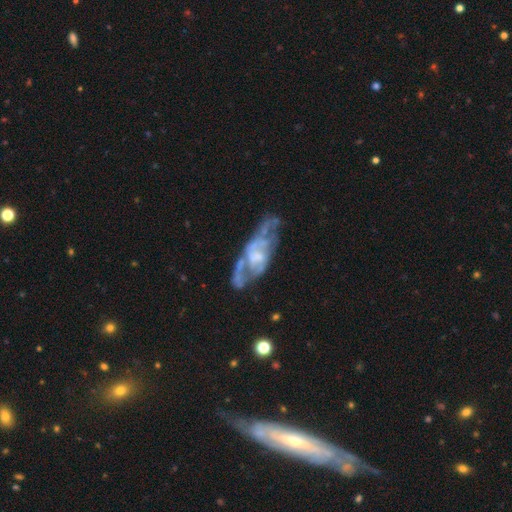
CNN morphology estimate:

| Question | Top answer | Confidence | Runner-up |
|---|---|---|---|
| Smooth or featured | featured or disk | 73% | smooth (19%) |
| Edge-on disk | no | 83% | yes (17%) |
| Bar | no | 65% | weak (27%) |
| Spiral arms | yes | 51% | no (49%) |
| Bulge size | small | 36% | moderate (32%) |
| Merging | none | 46% | minor disturbance (25%) |